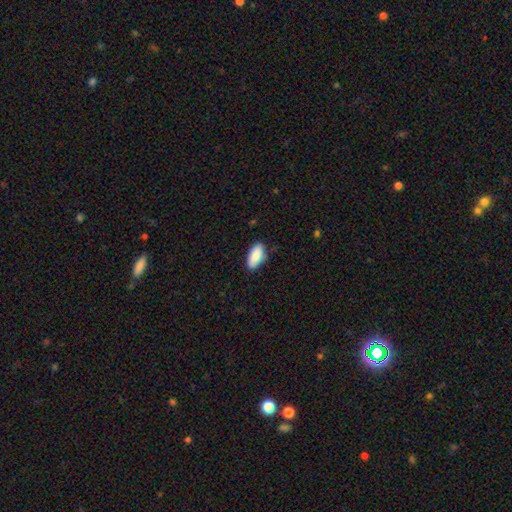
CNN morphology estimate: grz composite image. It shows a smooth galaxy with no disk features (87%) that is in between round and cigar-shaped (89%). Merging: none (83%).